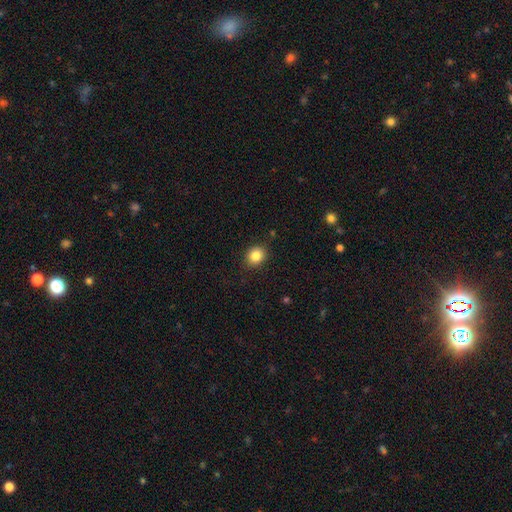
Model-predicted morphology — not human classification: Smooth or featured: smooth — 85% (star or artifact — 10%)
How rounded: round — 67% (in between — 32%)
Merging: none — 87% (minor disturbance — 9%)